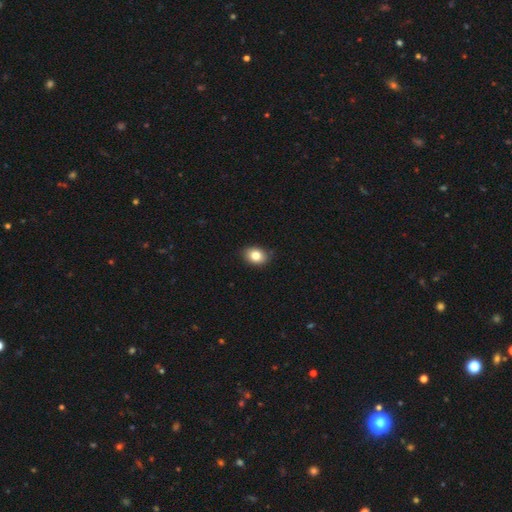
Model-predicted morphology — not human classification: smooth-or-featured: smooth: 82% | star or artifact: 9% | featured or disk: 8%
  how-rounded: in between: 69% | round: 30% | cigar-shaped: 1%
  merging: none: 85% | minor disturbance: 12% | major disturbance: 2% | merger: 1%